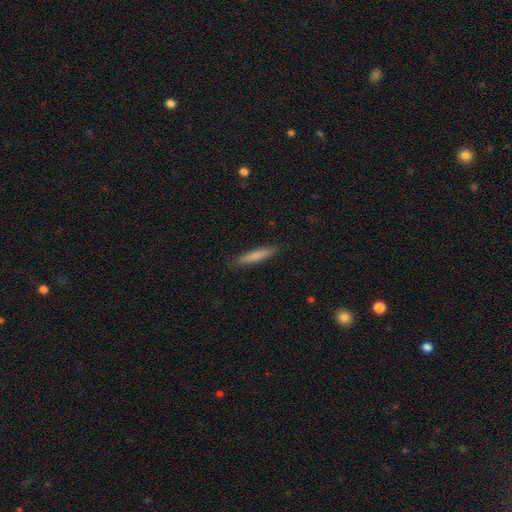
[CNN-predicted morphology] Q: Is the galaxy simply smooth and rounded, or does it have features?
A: smooth — 79%.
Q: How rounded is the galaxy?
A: cigar-shaped — 91%.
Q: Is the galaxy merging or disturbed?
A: none — 88%.